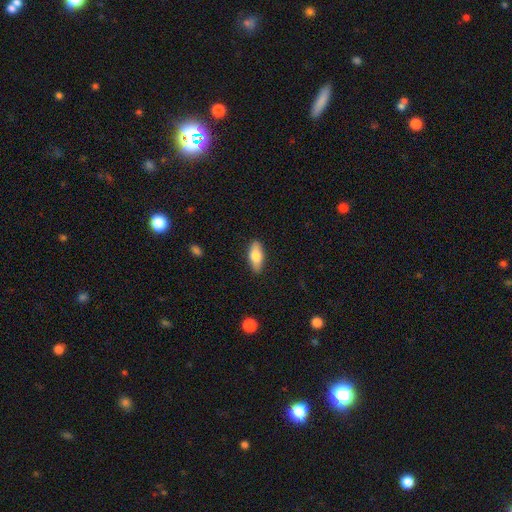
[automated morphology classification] Smooth or featured: smooth — 77% (featured or disk — 17%)
How rounded: in between — 79% (cigar-shaped — 18%)
Merging: none — 86% (minor disturbance — 11%)